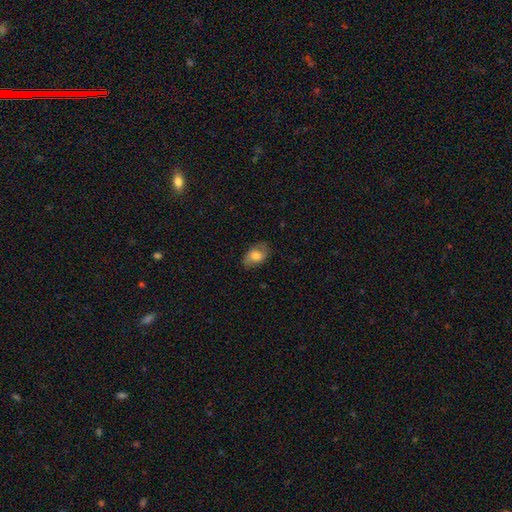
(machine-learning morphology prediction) type=smooth (69%); roundness=in between (86%); merging=none (79%).